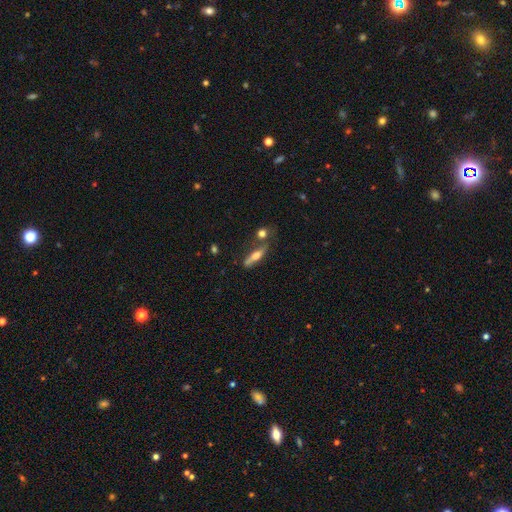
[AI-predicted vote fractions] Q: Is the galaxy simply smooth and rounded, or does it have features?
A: smooth — 49%.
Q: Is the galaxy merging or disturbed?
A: none — 58%.